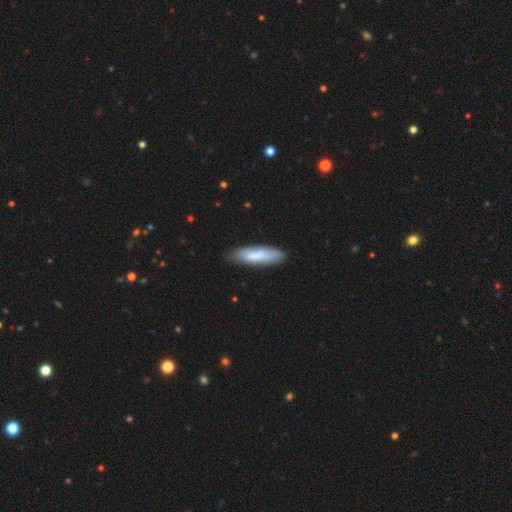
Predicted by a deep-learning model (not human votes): The model was most divided on "how rounded": cigar-shaped: 61%, in between: 38%, round: 1%. More confident: merging — none (77%); smooth or featured — smooth (74%).